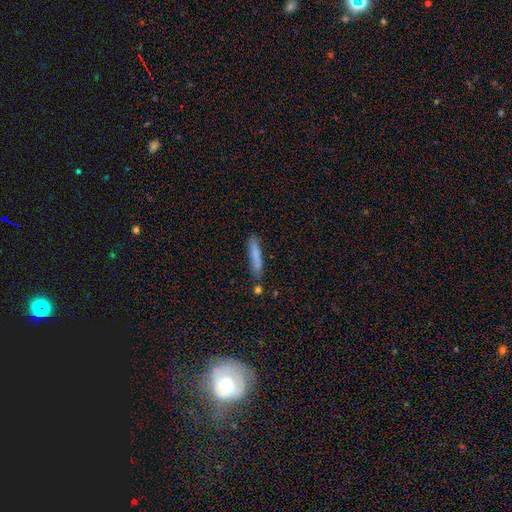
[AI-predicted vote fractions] A smooth galaxy with no disk features (78%) that is cigar-shaped (91%). Merging: none (77%).